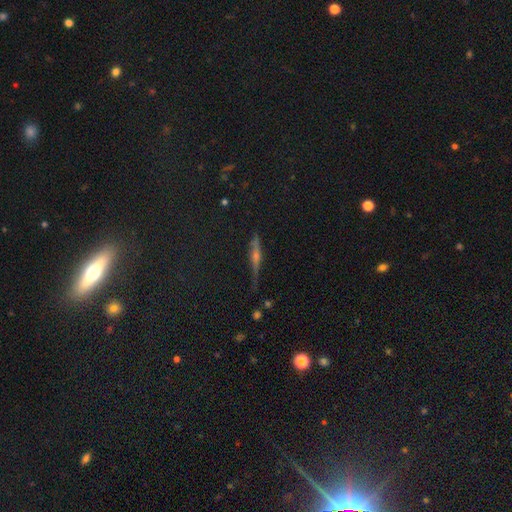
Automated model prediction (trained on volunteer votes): featured or disk 57%, smooth 22%, star or artifact 21%. Down the decision tree: edge-on disk — yes (93%); edge-on bulge — rounded (80%); merging — none (79%).